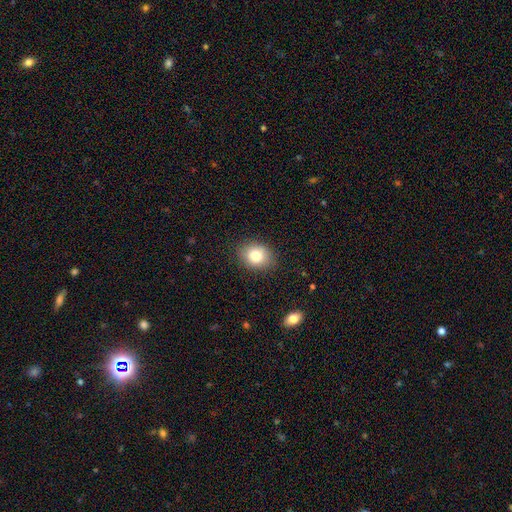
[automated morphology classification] Q: Smooth or featured?
A: smooth (81%); runner-up: featured or disk (10%)
Q: How rounded?
A: in between (59%); runner-up: round (40%)
Q: Merging?
A: none (86%); runner-up: minor disturbance (10%)